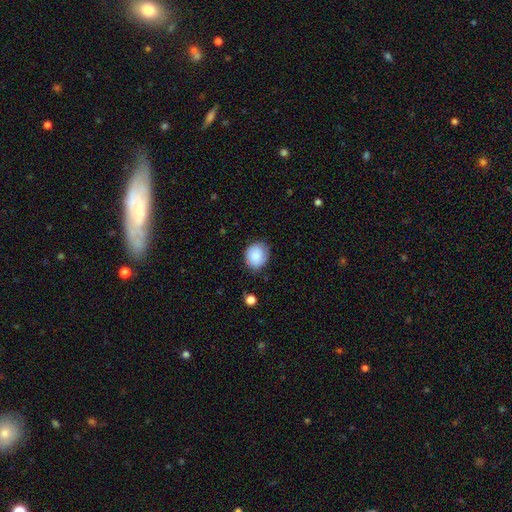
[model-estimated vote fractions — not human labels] Smooth or featured: smooth — 81% (featured or disk — 12%)
How rounded: round — 67% (in between — 32%)
Merging: none — 77% (minor disturbance — 18%)